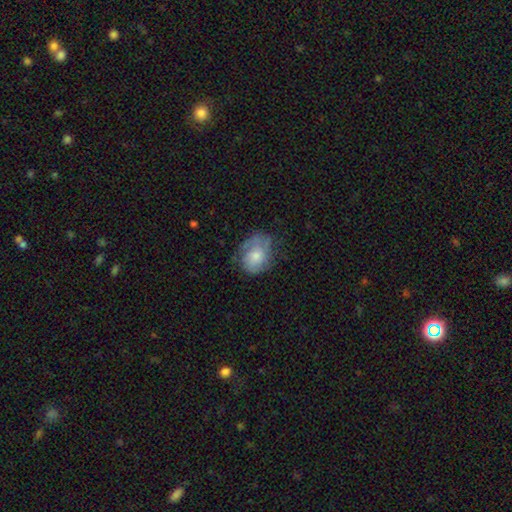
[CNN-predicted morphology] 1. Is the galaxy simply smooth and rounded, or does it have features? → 53% smooth, 40% featured or disk, 7% star or artifact.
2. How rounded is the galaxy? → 55% in between, 44% round, 1% cigar-shaped.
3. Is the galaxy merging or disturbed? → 54% none, 30% minor disturbance, 15% major disturbance, 2% merger.